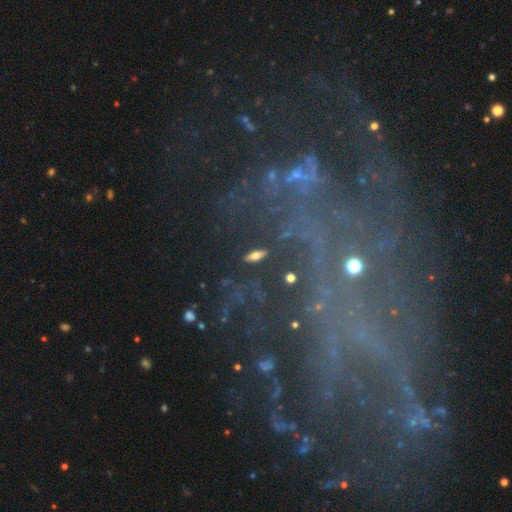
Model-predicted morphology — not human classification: This appears to be a smooth galaxy with no disk features (54%) that is in between round and cigar-shaped (61%). Merging: none (87%).